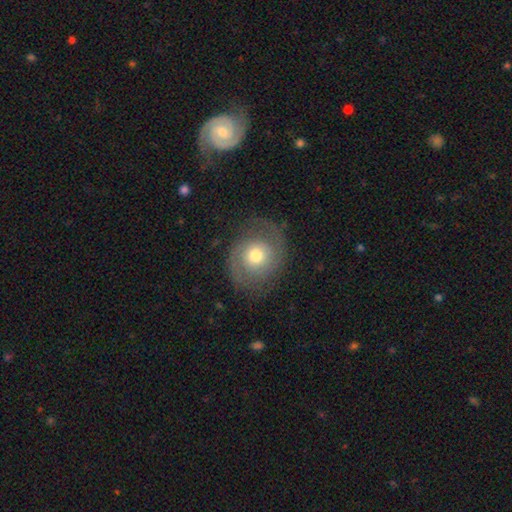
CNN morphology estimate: Q: Smooth or featured?
A: featured or disk (62%); runner-up: smooth (31%)
Q: Edge-on disk?
A: no (97%); runner-up: yes (3%)
Q: Bar?
A: no (78%); runner-up: weak (18%)
Q: Spiral arms?
A: yes (83%); runner-up: no (17%)
Q: Bulge size?
A: moderate (69%); runner-up: large (15%)
Q: Merging?
A: none (75%); runner-up: minor disturbance (15%)